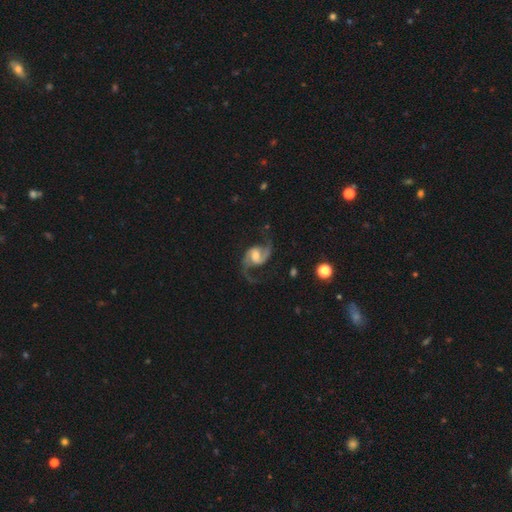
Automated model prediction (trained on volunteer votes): This appears to be a featured or disk galaxy (91%) with a weak bar (52%), 2 (93%) loose (50%) spiral arms (98%) and a moderate central bulge (46%). Merging: none (74%).